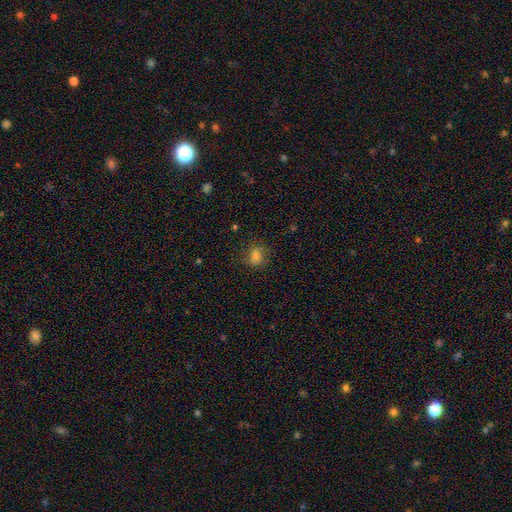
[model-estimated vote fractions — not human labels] This is likely a smooth galaxy (72%). How rounded: possibly round (59%). Merging: likely none (75%).